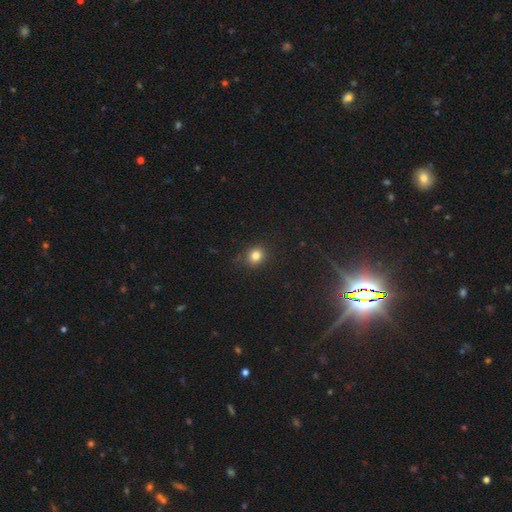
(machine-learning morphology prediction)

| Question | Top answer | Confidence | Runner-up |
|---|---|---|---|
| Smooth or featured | smooth | 81% | star or artifact (13%) |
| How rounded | round | 70% | in between (29%) |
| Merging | none | 84% | minor disturbance (11%) |